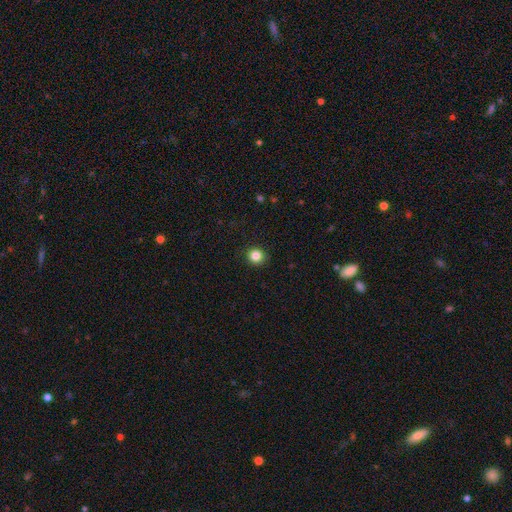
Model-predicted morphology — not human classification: Q: Smooth or featured?
A: smooth (84%); runner-up: star or artifact (11%)
Q: How rounded?
A: round (92%); runner-up: in between (7%)
Q: Merging?
A: none (92%); runner-up: minor disturbance (5%)